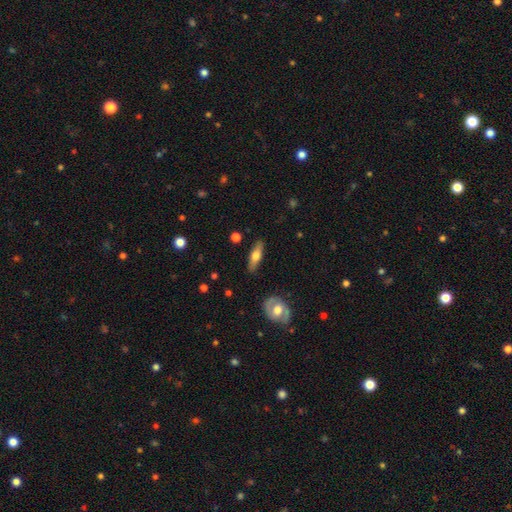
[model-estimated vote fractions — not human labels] Smooth or featured?
  - smooth: 52% *
  - featured or disk: 42%
  - star or artifact: 6%
How rounded?
  - cigar-shaped: 55% *
  - in between: 42%
  - round: 3%
Merging?
  - none: 86% *
  - minor disturbance: 10%
  - major disturbance: 2%
  - merger: 2%